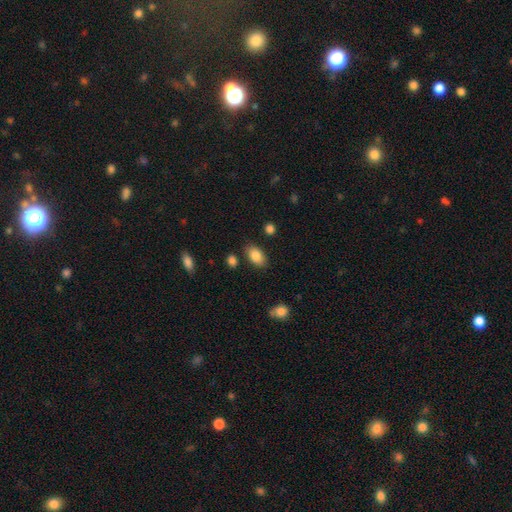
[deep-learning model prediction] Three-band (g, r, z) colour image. It shows a smooth galaxy with no disk features (86%) that is in between round and cigar-shaped (91%). Merging: none (83%).